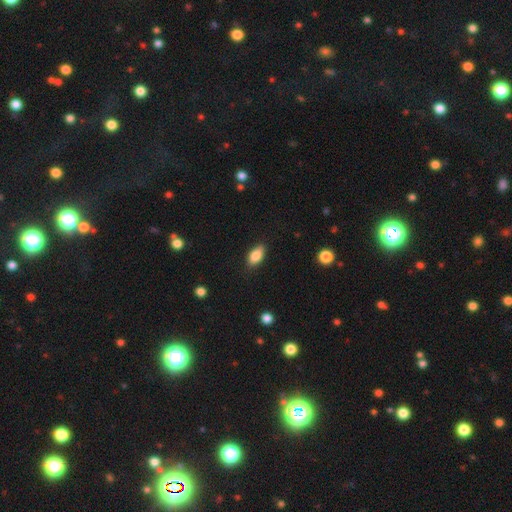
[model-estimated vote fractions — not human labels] Smooth or featured?
  - smooth: 85% *
  - featured or disk: 8%
  - star or artifact: 7%
How rounded?
  - in between: 90% *
  - cigar-shaped: 6%
  - round: 4%
Merging?
  - none: 84% *
  - minor disturbance: 12%
  - major disturbance: 2%
  - merger: 1%